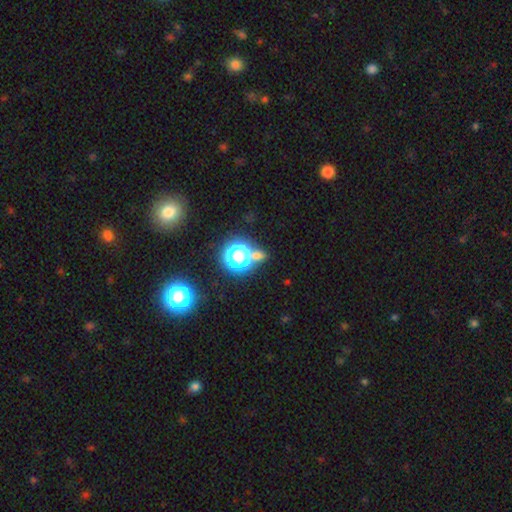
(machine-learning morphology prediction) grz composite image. It shows a star or artifact, not a galaxy (46%).